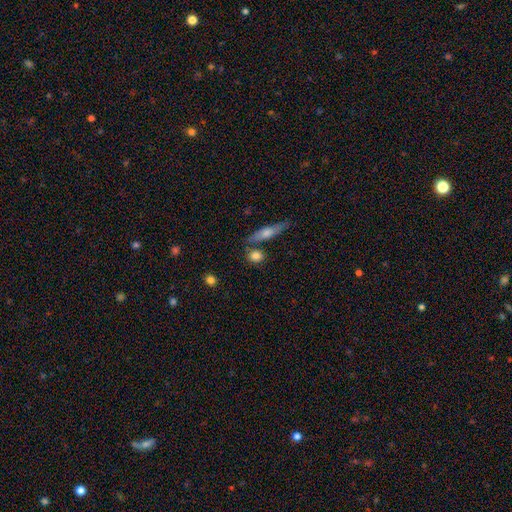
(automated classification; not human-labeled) smooth 82%, featured or disk 10%, star or artifact 8%. Down the decision tree: how rounded — round (61%); merging — none (73%).